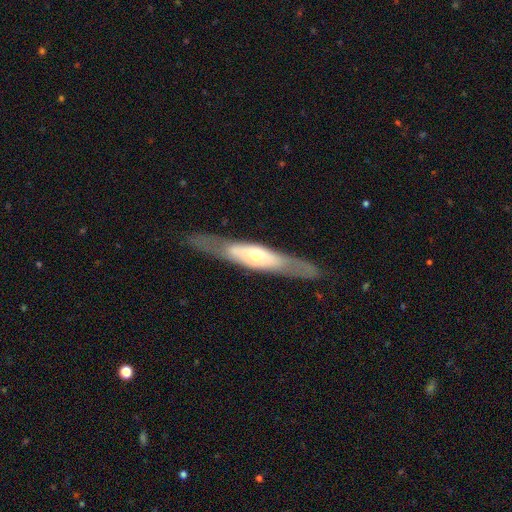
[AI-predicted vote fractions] Morphology: type=featured or disk (64%); edge-on=yes (61%); merging=none (79%).